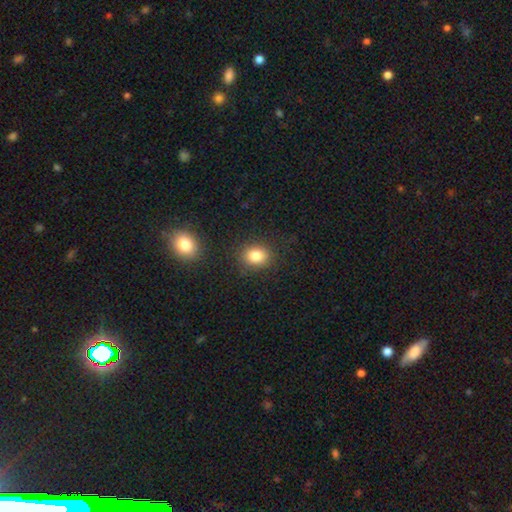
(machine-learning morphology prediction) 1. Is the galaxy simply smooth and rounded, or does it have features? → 83% smooth, 11% star or artifact, 6% featured or disk.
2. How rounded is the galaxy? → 57% round, 42% in between, 1% cigar-shaped.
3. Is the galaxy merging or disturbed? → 85% none, 9% minor disturbance, 3% major disturbance, 2% merger.